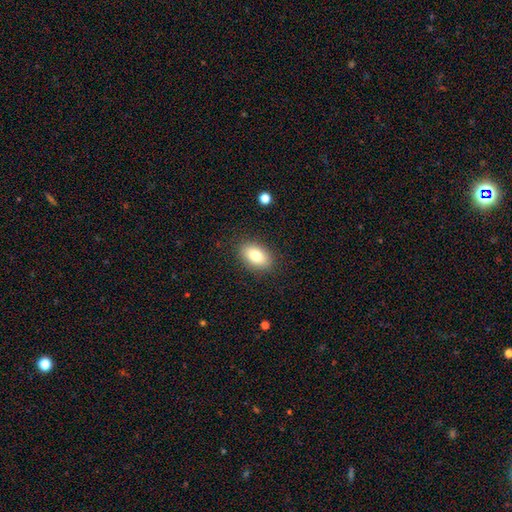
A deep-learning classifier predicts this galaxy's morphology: Smooth or featured? Predicted: smooth (p=0.80). How rounded? Predicted: in between (p=0.89). Merging? Predicted: none (p=0.87).